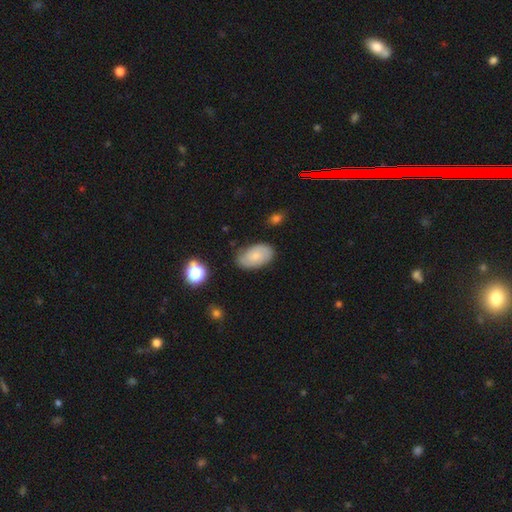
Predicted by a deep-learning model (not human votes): Smooth or featured? Predicted: smooth (p=0.51). How rounded? Predicted: in between (p=0.92). Merging? Predicted: none (p=0.74).